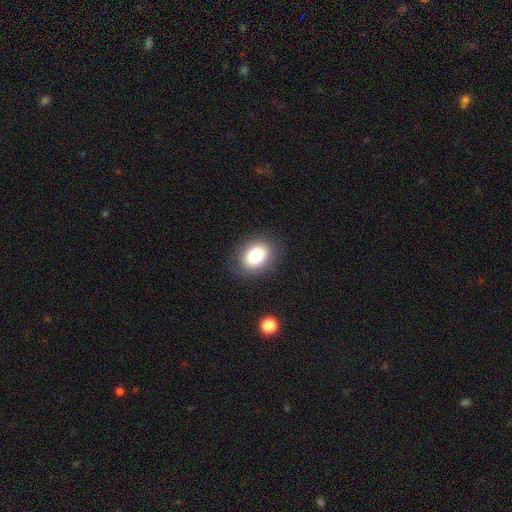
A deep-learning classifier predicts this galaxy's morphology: Smooth or featured?
  - smooth: 85% *
  - star or artifact: 9%
  - featured or disk: 6%
How rounded?
  - in between: 76% *
  - round: 23%
  - cigar-shaped: 1%
Merging?
  - none: 86% *
  - minor disturbance: 10%
  - major disturbance: 3%
  - merger: 1%